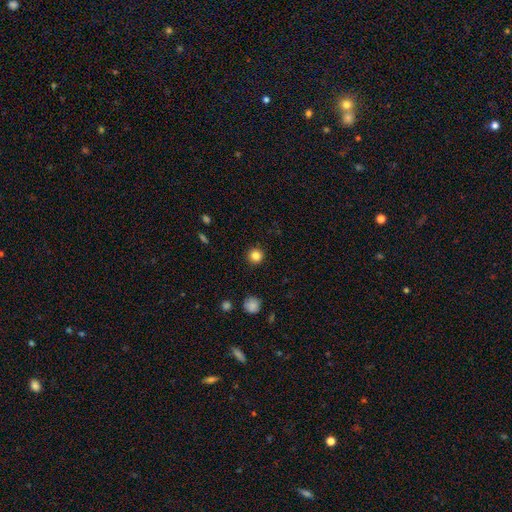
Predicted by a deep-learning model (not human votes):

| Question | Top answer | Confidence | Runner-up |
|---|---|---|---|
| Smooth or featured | smooth | 84% | star or artifact (12%) |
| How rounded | round | 95% | in between (4%) |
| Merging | none | 92% | minor disturbance (5%) |